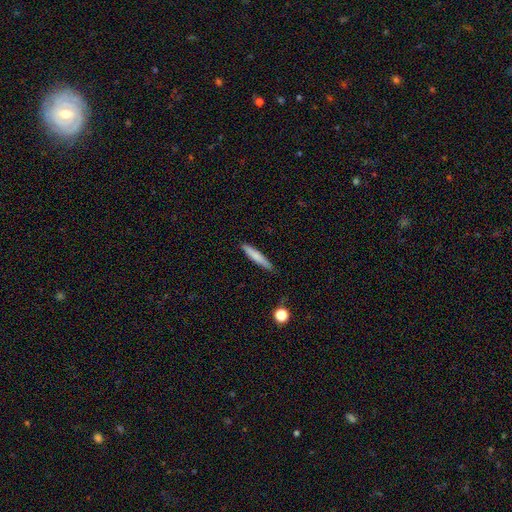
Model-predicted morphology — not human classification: A smooth galaxy with no disk features (75%) that is cigar-shaped (92%).

Vote fractions:
- Smooth or featured? smooth: 75% / featured or disk: 19% / star or artifact: 6%
- How rounded? cigar-shaped: 92% / in between: 6% / round: 1%
- Merging? none: 86% / minor disturbance: 11% / major disturbance: 2% / merger: 1%